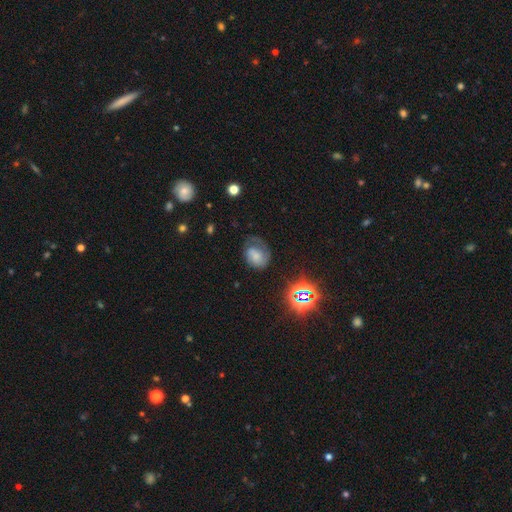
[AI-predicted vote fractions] Q: Smooth or featured?
A: smooth (43%); runner-up: featured or disk (41%)
Q: Merging?
A: none (41%); runner-up: major disturbance (28%)